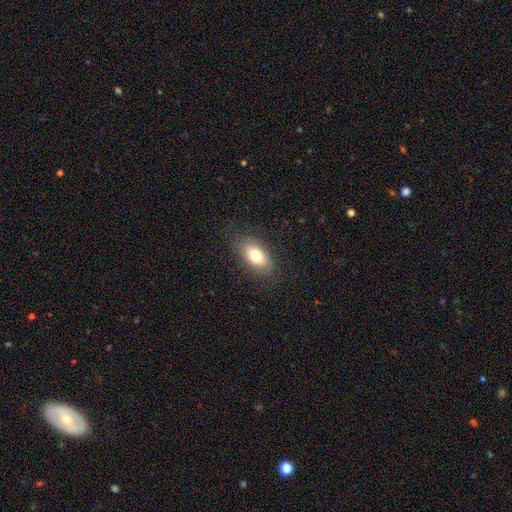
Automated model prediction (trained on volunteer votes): This appears to be a smooth galaxy with no disk features (76%) that is in between round and cigar-shaped (91%). Merging: none (79%).